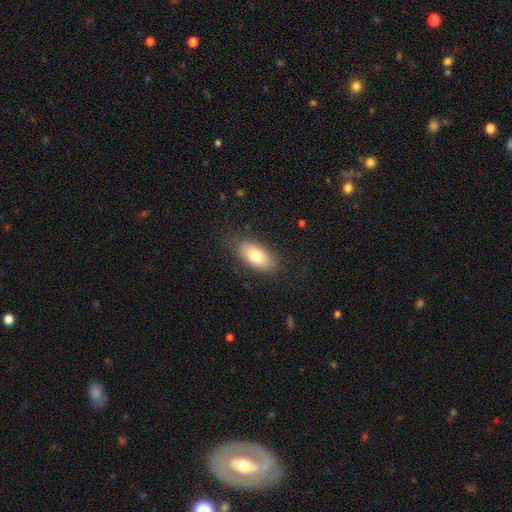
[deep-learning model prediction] The model was most divided on "smooth or featured": smooth: 76%, featured or disk: 16%, star or artifact: 7%. More confident: how rounded — in between (90%); merging — none (82%).